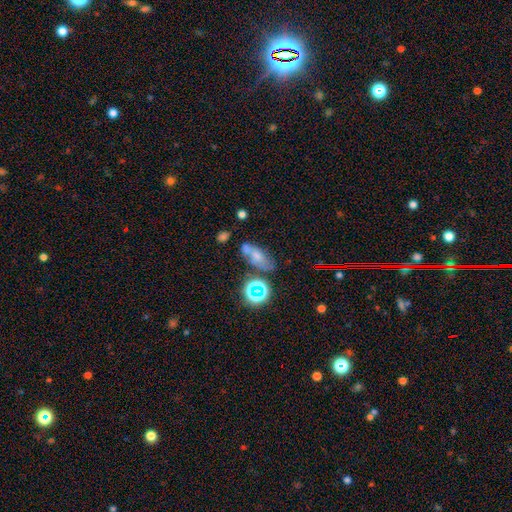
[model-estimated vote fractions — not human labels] smooth_or_featured: smooth (p=0.51) [alt: featured or disk p=0.27]
how_rounded: in between (p=0.69) [alt: cigar-shaped p=0.17]
merging: none (p=0.48) [alt: minor disturbance p=0.21]